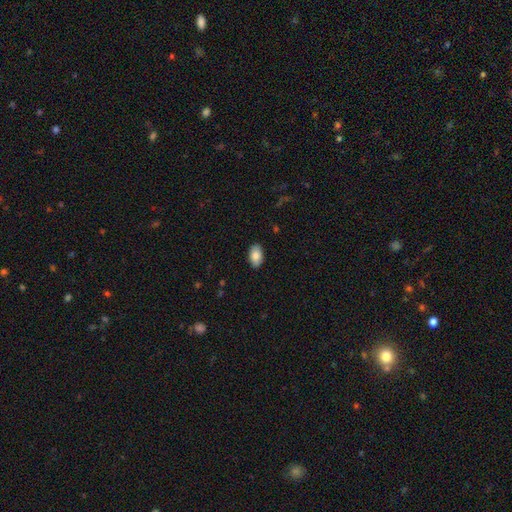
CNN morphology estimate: smooth-or-featured: smooth: 85% | featured or disk: 8% | star or artifact: 7%
  how-rounded: in between: 94% | round: 5% | cigar-shaped: 1%
  merging: none: 89% | minor disturbance: 9% | major disturbance: 2% | merger: 1%